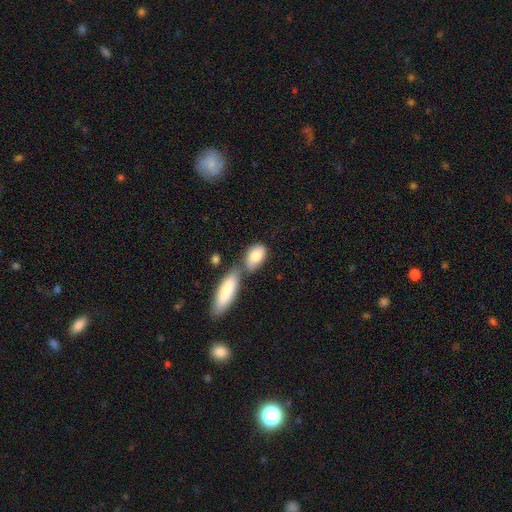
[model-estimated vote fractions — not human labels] Smooth or featured? smooth (83%)
How rounded? in between (85%)
Merging? none (42%)